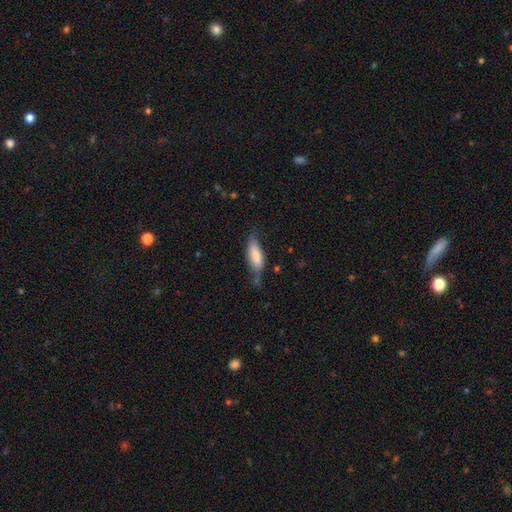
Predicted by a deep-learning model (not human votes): A smooth galaxy with no disk features (76%) that is in between round and cigar-shaped (65%).

Vote fractions:
- Smooth or featured? smooth: 76% / featured or disk: 18% / star or artifact: 6%
- How rounded? in between: 65% / cigar-shaped: 33% / round: 2%
- Merging? none: 49% / minor disturbance: 36% / major disturbance: 12% / merger: 3%